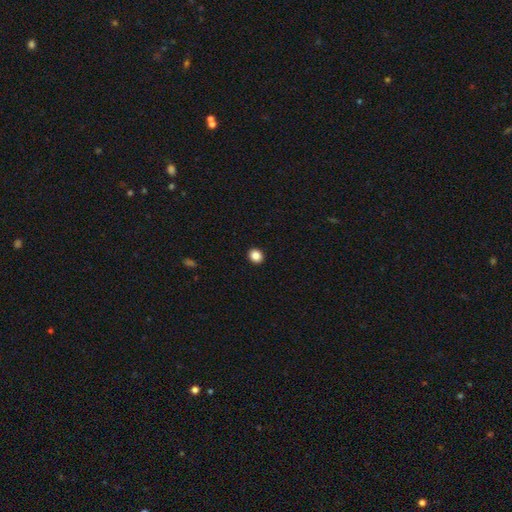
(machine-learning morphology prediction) This is clearly a smooth galaxy (87%). How rounded: likely round (70%). Merging: clearly none (93%).